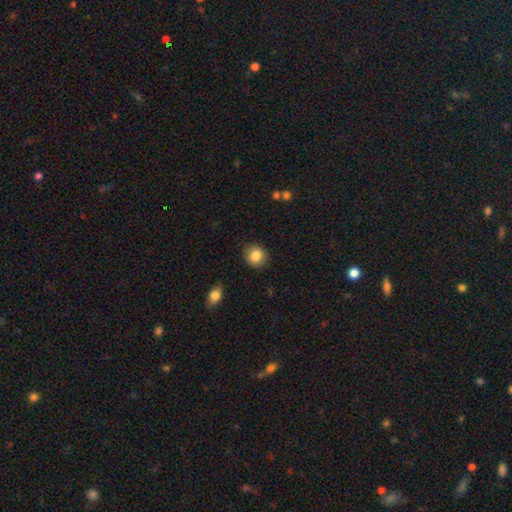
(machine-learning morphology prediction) Smooth or featured? Predicted: smooth (p=0.84). How rounded? Predicted: round (p=0.77). Merging? Predicted: none (p=0.84).